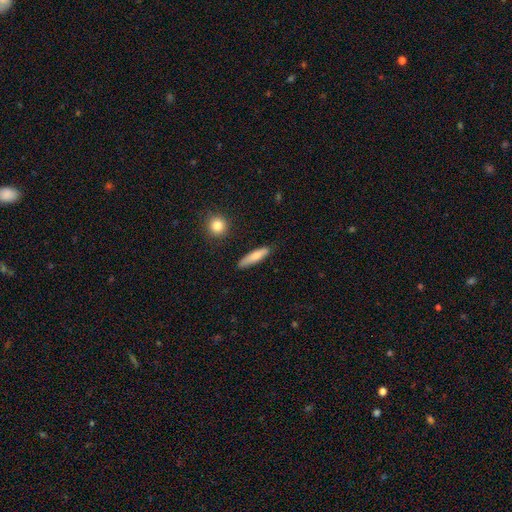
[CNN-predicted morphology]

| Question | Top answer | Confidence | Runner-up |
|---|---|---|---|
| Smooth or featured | smooth | 74% | featured or disk (20%) |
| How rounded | cigar-shaped | 78% | in between (20%) |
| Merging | none | 85% | minor disturbance (10%) |